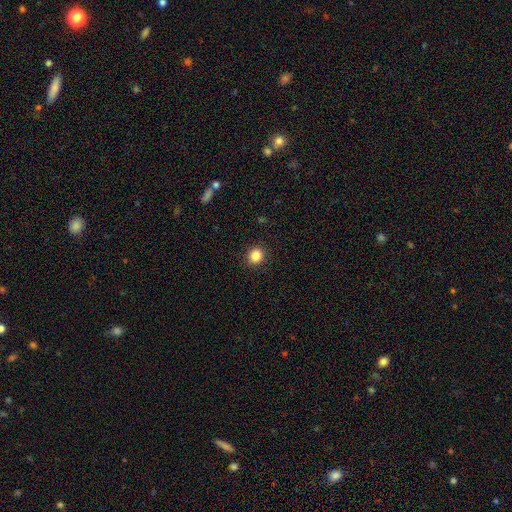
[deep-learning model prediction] A smooth galaxy with no disk features (86%) that is round (84%). Merging: none (91%).